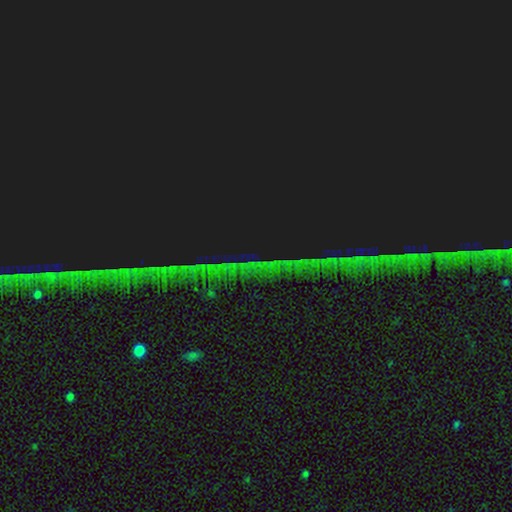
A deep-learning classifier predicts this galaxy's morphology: type=star or artifact (85%).